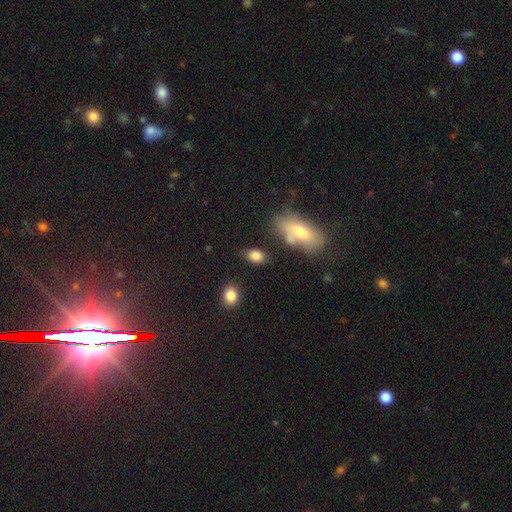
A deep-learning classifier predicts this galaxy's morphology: type=smooth (85%); roundness=in between (81%); merging=none (70%).